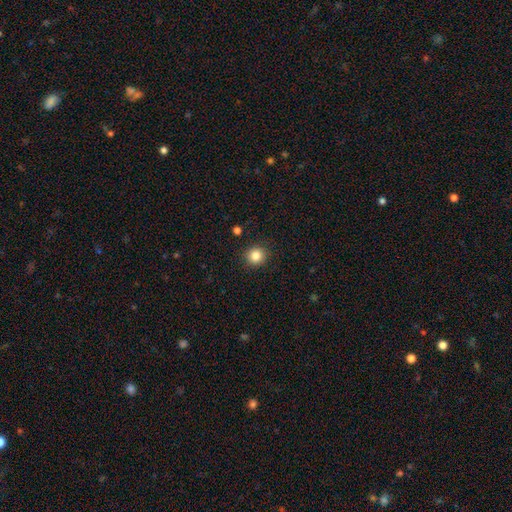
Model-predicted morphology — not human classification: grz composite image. It shows a smooth galaxy with no disk features (85%) that is round (91%). Merging: none (91%).